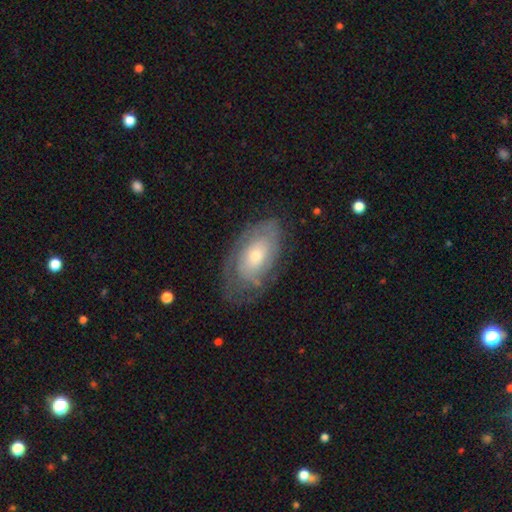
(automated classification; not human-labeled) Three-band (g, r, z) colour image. It shows a featured or disk galaxy (60%) with no bar (80%), spiral arms (71%) and a moderate central bulge (48%). Merging: none (61%).